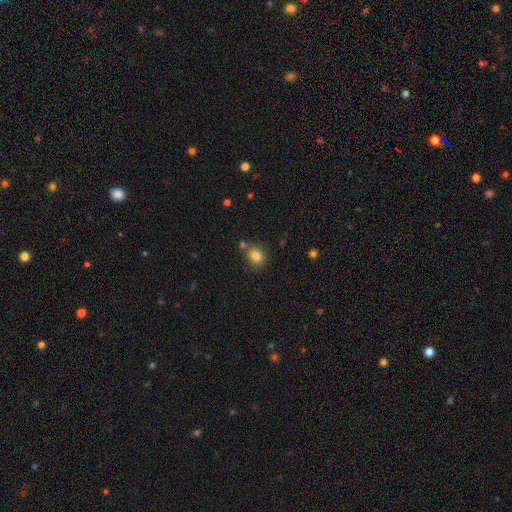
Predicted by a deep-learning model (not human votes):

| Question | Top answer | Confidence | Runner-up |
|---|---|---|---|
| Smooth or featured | smooth | 83% | star or artifact (11%) |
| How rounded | round | 59% | in between (40%) |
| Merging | none | 69% | minor disturbance (14%) |